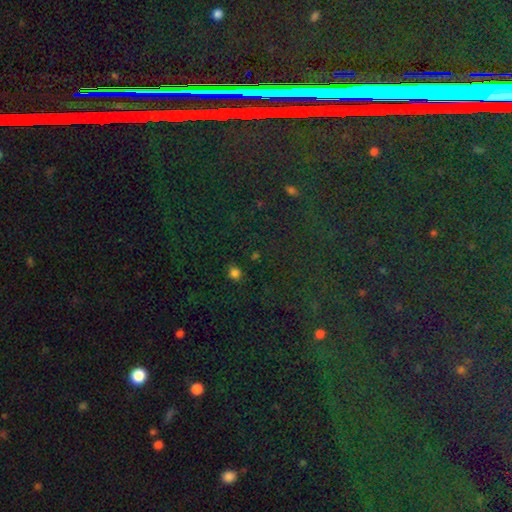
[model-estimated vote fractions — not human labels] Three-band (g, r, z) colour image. It shows a star or artifact, not a galaxy (56%).